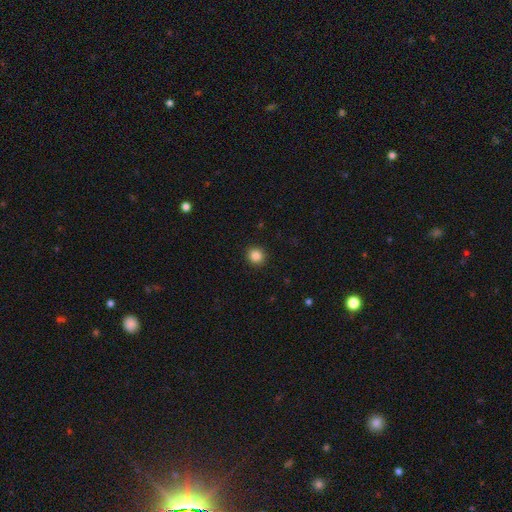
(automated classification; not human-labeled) Smooth or featured? smooth (86%)
How rounded? round (91%)
Merging? none (92%)